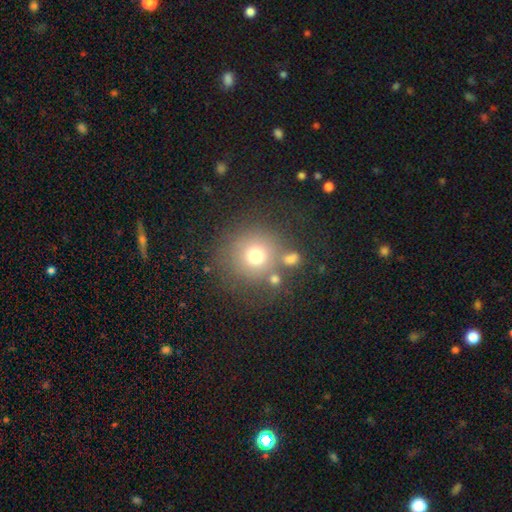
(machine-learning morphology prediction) This is likely a smooth galaxy (70%). How rounded: clearly round (93%). Merging: likely none (71%).